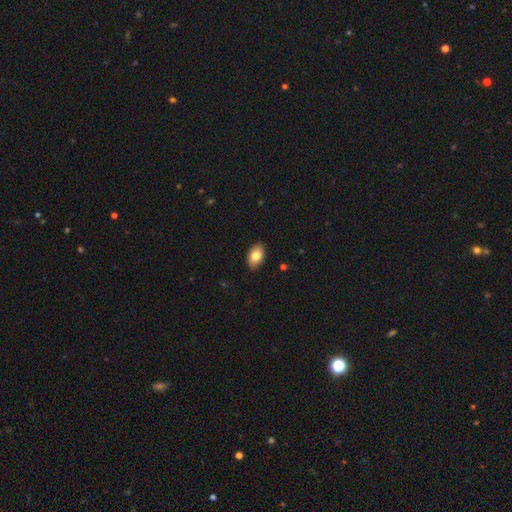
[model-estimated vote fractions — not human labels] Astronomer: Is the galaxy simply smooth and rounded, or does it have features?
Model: smooth — 81%.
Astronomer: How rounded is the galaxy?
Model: in between — 89%.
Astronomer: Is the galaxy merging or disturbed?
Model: none — 85%.